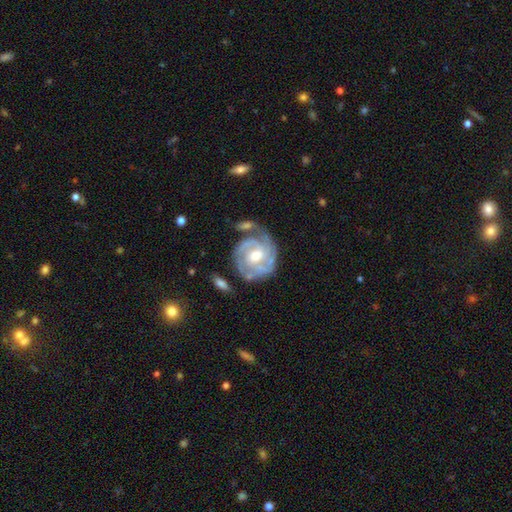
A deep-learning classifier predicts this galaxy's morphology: Q: Smooth or featured?
A: featured or disk (87%); runner-up: smooth (9%)
Q: Edge-on disk?
A: no (97%); runner-up: yes (3%)
Q: Bar?
A: no (57%); runner-up: weak (34%)
Q: Spiral arms?
A: yes (95%); runner-up: no (5%)
Q: Spiral winding?
A: tight (69%); runner-up: medium (25%)
Q: Spiral arm count?
A: 2 (29%); tied with: 3 (29%)
Q: Bulge size?
A: moderate (63%); runner-up: small (32%)
Q: Merging?
A: none (59%); runner-up: minor disturbance (21%)